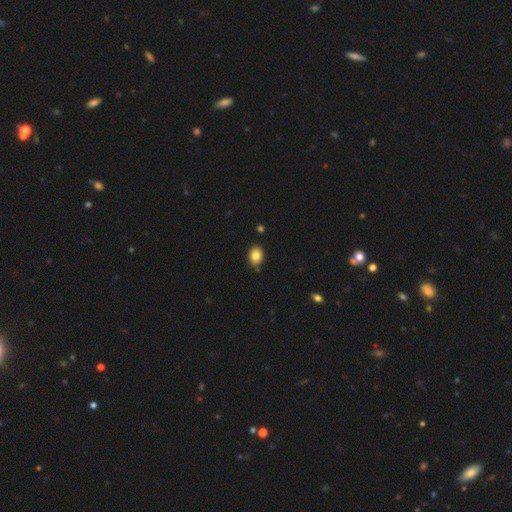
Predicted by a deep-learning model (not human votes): This is clearly a smooth galaxy (82%). How rounded: likely in between (68%). Merging: clearly none (83%).